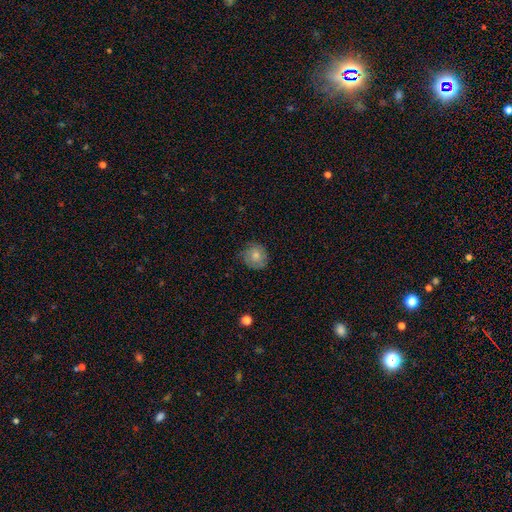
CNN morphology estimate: Smooth or featured: smooth — 56% (featured or disk — 36%)
How rounded: round — 85% (in between — 14%)
Merging: none — 77% (minor disturbance — 18%)